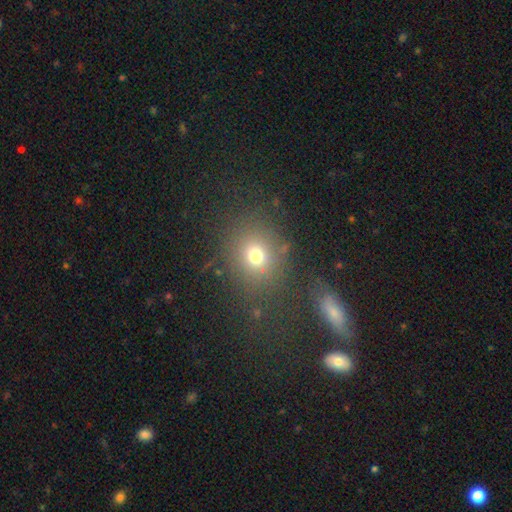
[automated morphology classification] smooth 71%, star or artifact 20%, featured or disk 10%. Down the decision tree: how rounded — round (75%); merging — none (78%).